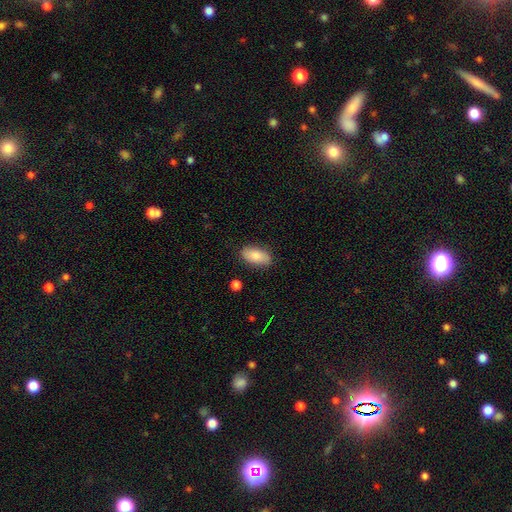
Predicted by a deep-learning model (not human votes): The model was most divided on "merging": none: 84%, minor disturbance: 12%, major disturbance: 3%, merger: 2%. More confident: how rounded — in between (92%); smooth or featured — smooth (83%).